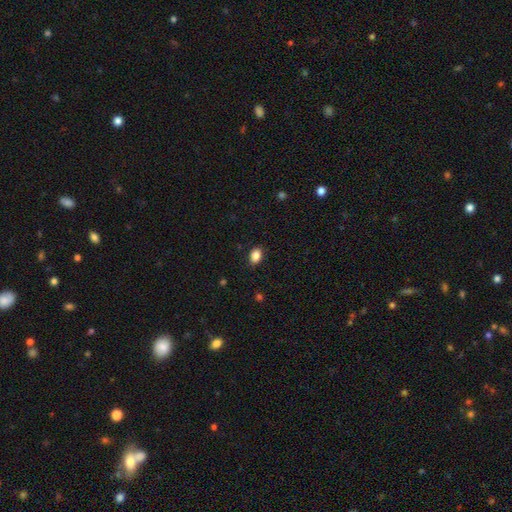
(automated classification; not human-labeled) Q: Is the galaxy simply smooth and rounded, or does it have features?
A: smooth — 87%.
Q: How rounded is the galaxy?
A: in between — 81%.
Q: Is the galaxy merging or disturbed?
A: none — 87%.